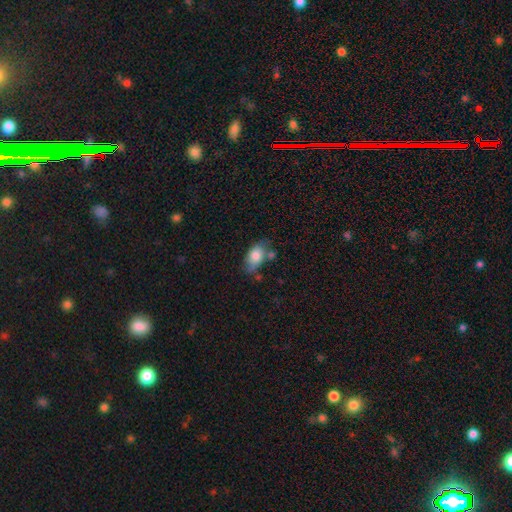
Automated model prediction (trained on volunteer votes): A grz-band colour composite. It shows a smooth galaxy with no disk features (77%) that is in between round and cigar-shaped (88%). Merging: none (48%).